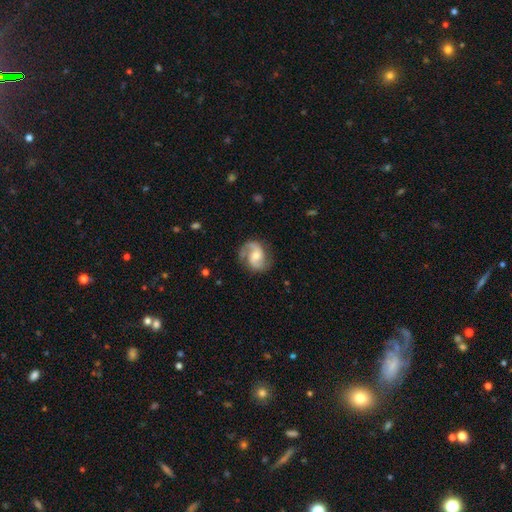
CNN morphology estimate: This appears to be a featured or disk galaxy (85%) with no bar (53%), 2 (89%) medium (52%) spiral arms (97%) and a moderate central bulge (54%). Merging: none (75%).